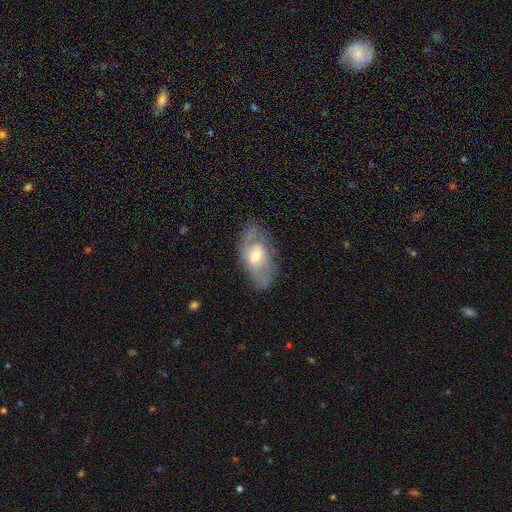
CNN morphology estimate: Smooth or featured? Predicted: featured or disk (p=0.72). Edge-on disk? Predicted: no (p=0.93). Bar? Predicted: no (p=0.44, tied with weak). Spiral arms? Predicted: yes (p=0.83). Spiral winding? Predicted: medium (p=0.46). Spiral arm count? Predicted: 2 (p=0.62). Bulge size? Predicted: moderate (p=0.54). Merging? Predicted: none (p=0.69).